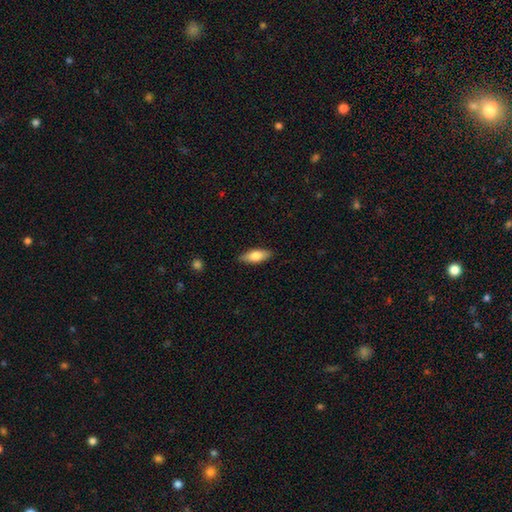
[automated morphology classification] This is likely a smooth galaxy (75%). How rounded: likely in between (74%). Merging: clearly none (86%).